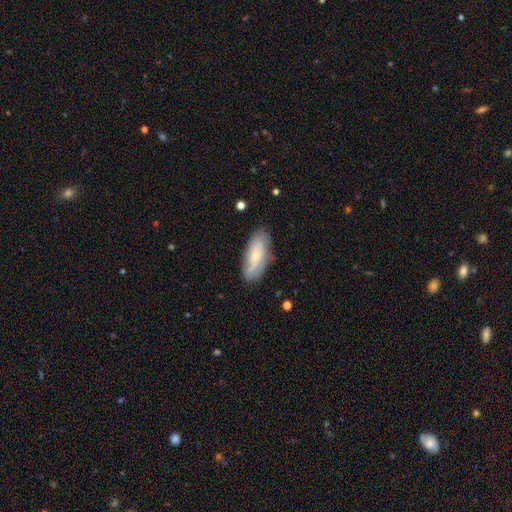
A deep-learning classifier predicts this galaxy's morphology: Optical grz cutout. It shows a smooth galaxy with no disk features (50%). Merging: none (73%).